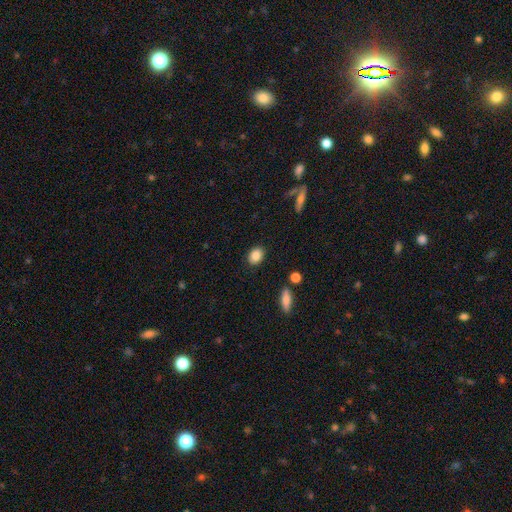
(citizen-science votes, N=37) Smooth or featured?
  - smooth: 92% *
  - star or artifact: 5%
  - featured or disk: 3%
How rounded?
  - in between: 74% *
  - round: 26%
  - cigar-shaped: 0%
Merging?
  - none: 91% *
  - minor disturbance: 6%
  - major disturbance: 3%
  - merger: 0%